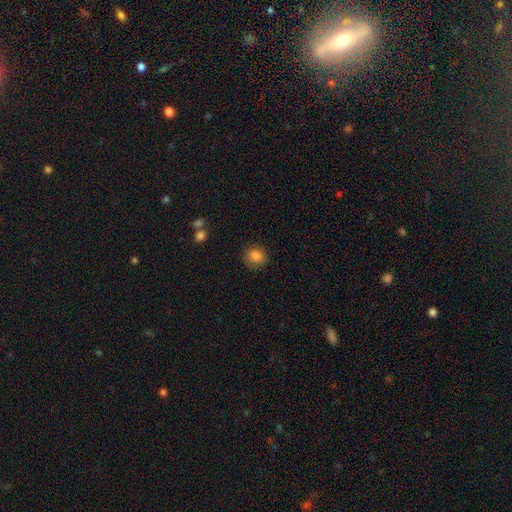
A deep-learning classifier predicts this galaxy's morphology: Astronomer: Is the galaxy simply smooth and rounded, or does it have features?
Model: smooth — 85%.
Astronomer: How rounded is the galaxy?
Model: round — 87%.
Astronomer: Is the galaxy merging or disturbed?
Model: none — 88%.